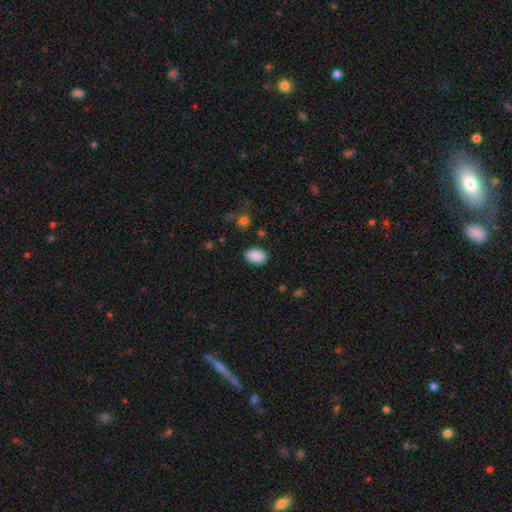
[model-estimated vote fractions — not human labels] Smooth or featured: smooth — 90% (star or artifact — 7%)
How rounded: in between — 89% (round — 10%)
Merging: none — 87% (minor disturbance — 9%)